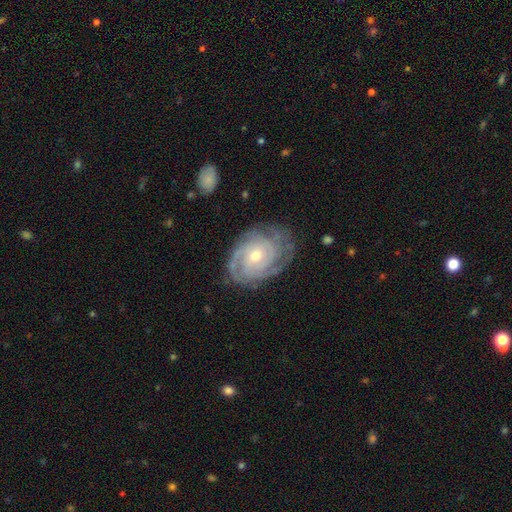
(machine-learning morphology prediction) Smooth or featured: featured or disk — 88% (smooth — 8%)
Edge-on disk: no — 97% (yes — 3%)
Bar: no — 69% (weak — 26%)
Spiral arms: yes — 96% (no — 4%)
Spiral winding: tight — 73% (medium — 23%)
Spiral arm count: can't tell — 28% (tied with 3 — 28%)
Bulge size: small — 50% (moderate — 47%)
Merging: none — 73% (minor disturbance — 19%)